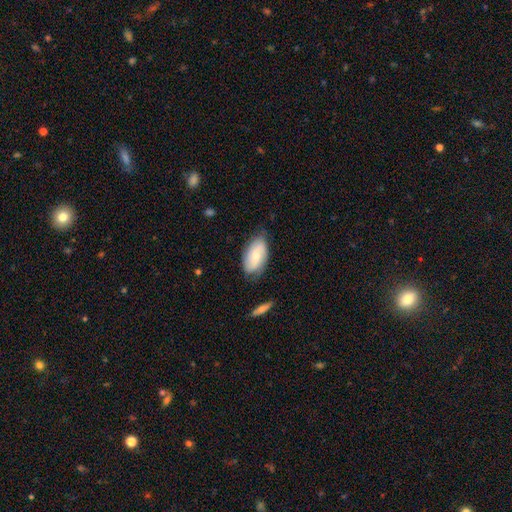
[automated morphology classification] Smooth or featured? smooth (55%)
How rounded? in between (93%)
Merging? none (71%)